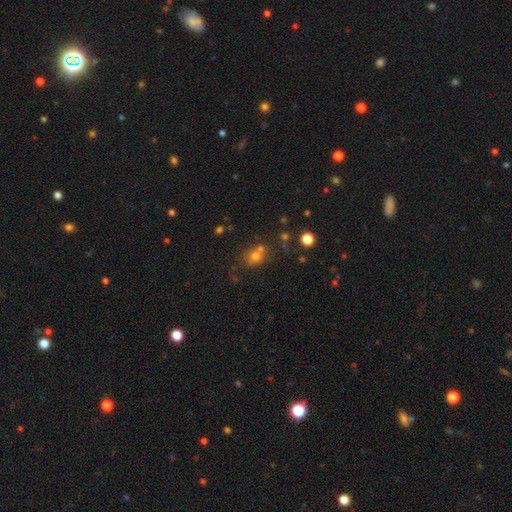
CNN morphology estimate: type=smooth (64%); roundness=round (71%); merging=none (54%).